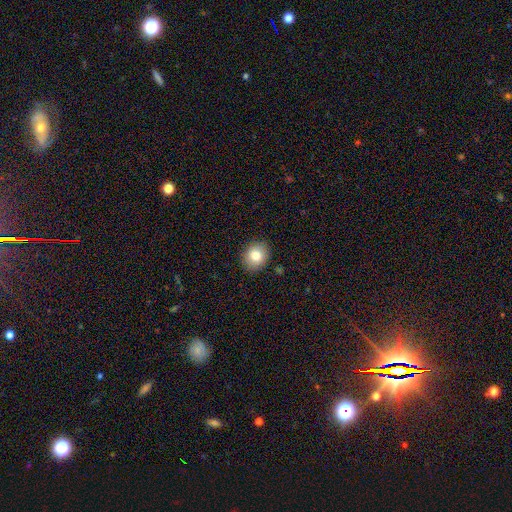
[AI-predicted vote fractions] Smooth or featured? Predicted: smooth (p=0.81). How rounded? Predicted: round (p=0.58). Merging? Predicted: none (p=0.89).